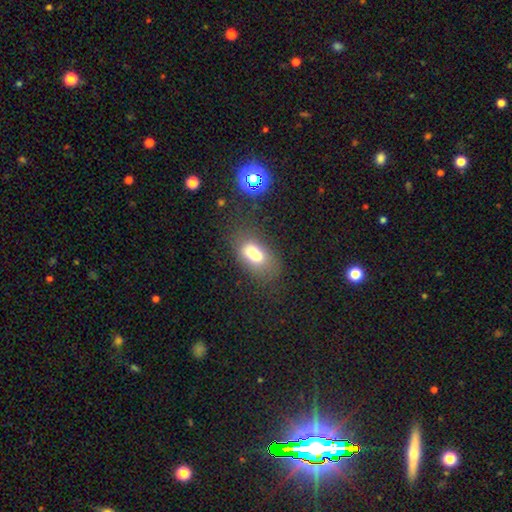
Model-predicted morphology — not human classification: A smooth galaxy with no disk features (64%) that is in between round and cigar-shaped (82%).

Vote fractions:
- Smooth or featured? smooth: 64% / featured or disk: 23% / star or artifact: 13%
- How rounded? in between: 82% / round: 15% / cigar-shaped: 4%
- Merging? merger: 41% / none: 36% / minor disturbance: 15% / major disturbance: 8%